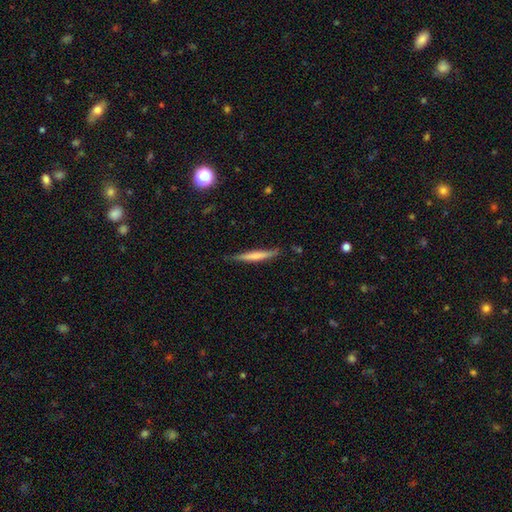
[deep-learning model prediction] smooth_or_featured: smooth (p=0.57) [alt: featured or disk p=0.37]
how_rounded: cigar-shaped (p=0.94) [alt: in between p=0.04]
merging: none (p=0.80) [alt: minor disturbance p=0.16]